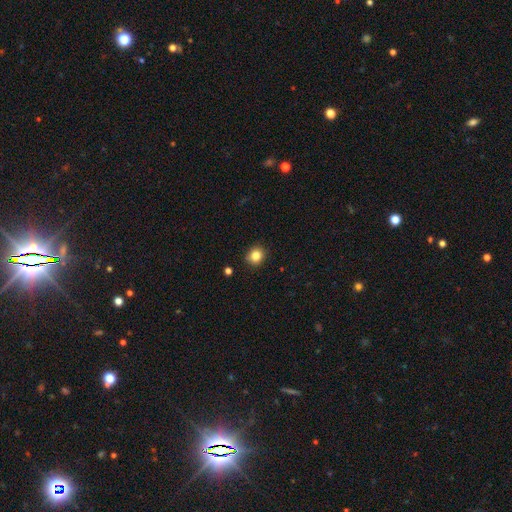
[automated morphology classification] Smooth or featured? Predicted: smooth (p=0.84). How rounded? Predicted: round (p=0.79). Merging? Predicted: none (p=0.89).